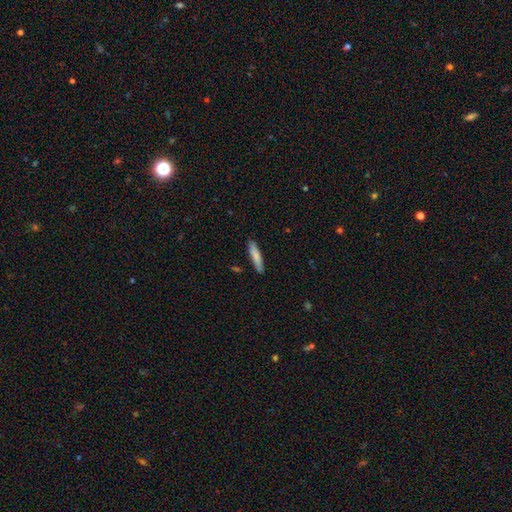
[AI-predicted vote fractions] Q: Smooth or featured?
A: smooth (80%); runner-up: featured or disk (14%)
Q: How rounded?
A: cigar-shaped (87%); runner-up: in between (12%)
Q: Merging?
A: none (87%); runner-up: minor disturbance (9%)